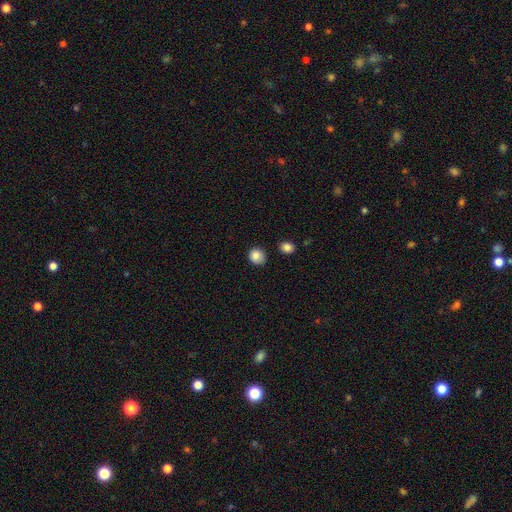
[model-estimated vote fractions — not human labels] A smooth galaxy with no disk features (84%) that is round (82%).

Vote fractions:
- Smooth or featured? smooth: 84% / star or artifact: 9% / featured or disk: 7%
- How rounded? round: 82% / in between: 17% / cigar-shaped: 1%
- Merging? none: 82% / minor disturbance: 12% / merger: 3% / major disturbance: 3%